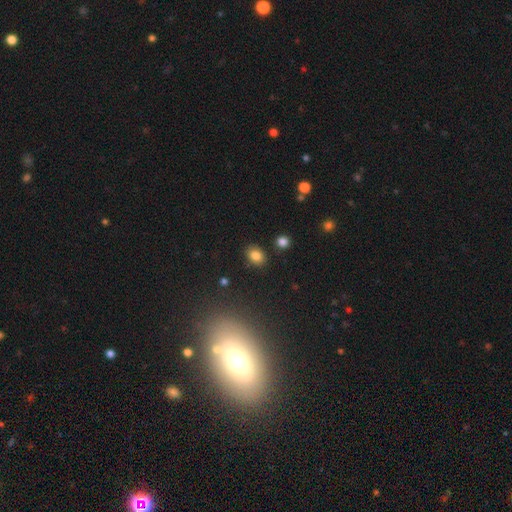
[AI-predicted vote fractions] smooth 82%, star or artifact 11%, featured or disk 7%. Down the decision tree: how rounded — in between (65%); merging — none (85%).